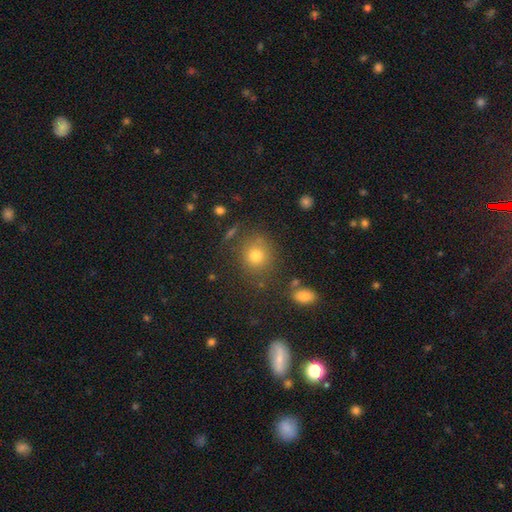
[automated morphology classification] Smooth or featured?
  - smooth: 76% *
  - star or artifact: 15%
  - featured or disk: 9%
How rounded?
  - round: 83% *
  - in between: 16%
  - cigar-shaped: 1%
Merging?
  - none: 79% *
  - minor disturbance: 11%
  - merger: 5%
  - major disturbance: 5%